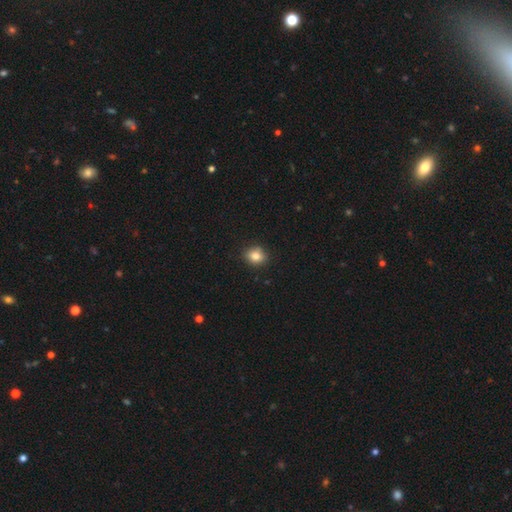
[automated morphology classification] The model was most divided on "how rounded": round: 63%, in between: 36%, cigar-shaped: 1%. More confident: merging — none (85%); smooth or featured — smooth (82%).